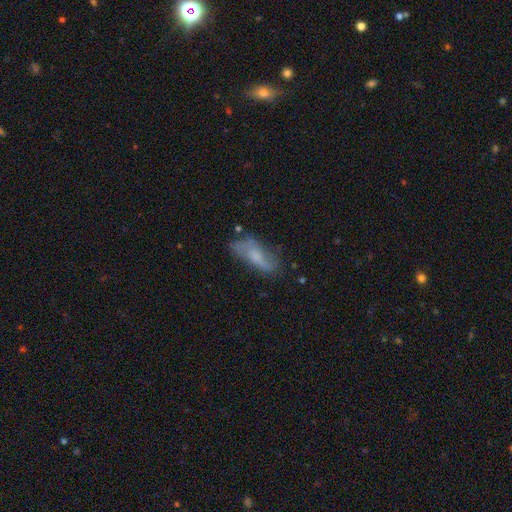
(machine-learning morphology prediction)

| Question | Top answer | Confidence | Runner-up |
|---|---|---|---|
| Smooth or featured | smooth | 47% | featured or disk (44%) |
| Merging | none | 56% | minor disturbance (27%) |